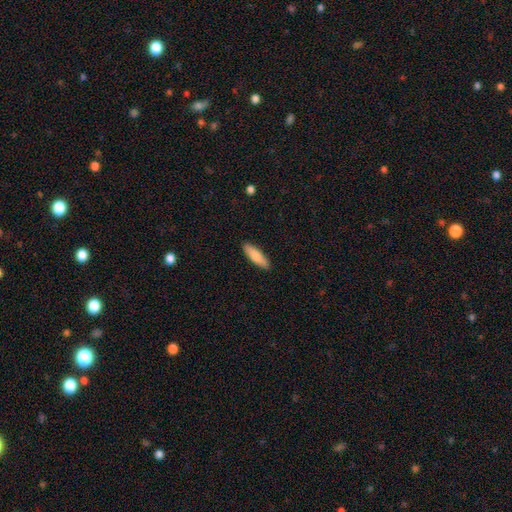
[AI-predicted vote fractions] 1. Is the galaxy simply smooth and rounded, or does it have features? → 84% smooth, 11% featured or disk, 5% star or artifact.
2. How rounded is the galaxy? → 59% cigar-shaped, 39% in between, 2% round.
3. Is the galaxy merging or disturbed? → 90% none, 7% minor disturbance, 2% major disturbance, 1% merger.